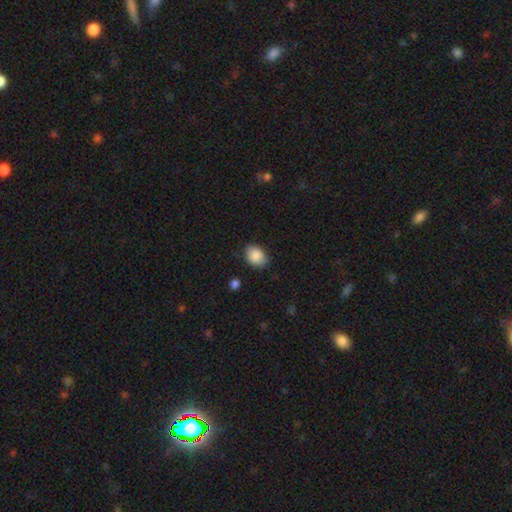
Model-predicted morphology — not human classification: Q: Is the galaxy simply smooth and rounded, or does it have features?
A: smooth — 88%.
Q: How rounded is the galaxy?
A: in between — 63%.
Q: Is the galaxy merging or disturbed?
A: none — 78%.